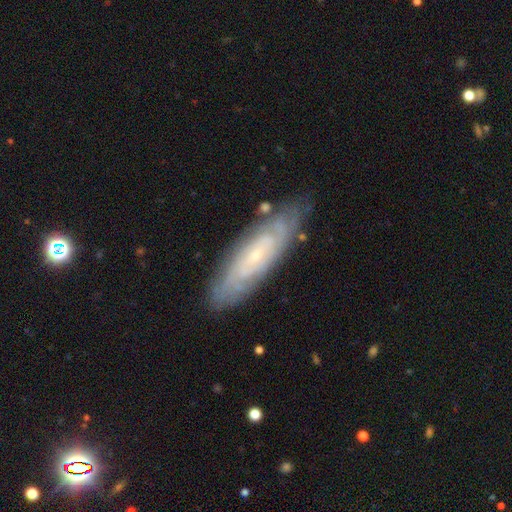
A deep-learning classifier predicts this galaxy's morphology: smooth-or-featured: featured or disk: 73% | smooth: 20% | star or artifact: 6%
  disk-edge-on: no: 80% | yes: 20%
    bar: no: 70% | weak: 24% | strong: 6%
    has-spiral-arms: yes: 87% | no: 13%
      spiral-winding: tight: 75% | medium: 19% | loose: 5%
      spiral-arm-count: can't tell: 63% | 2: 15% | 3: 7% | 4: 7% | more than 4: 5% | 1: 3%
    bulge-size: small: 80% | moderate: 15% | none: 3% | large: 1% | dominant: 1%
  merging: none: 79% | minor disturbance: 16% | major disturbance: 3% | merger: 2%